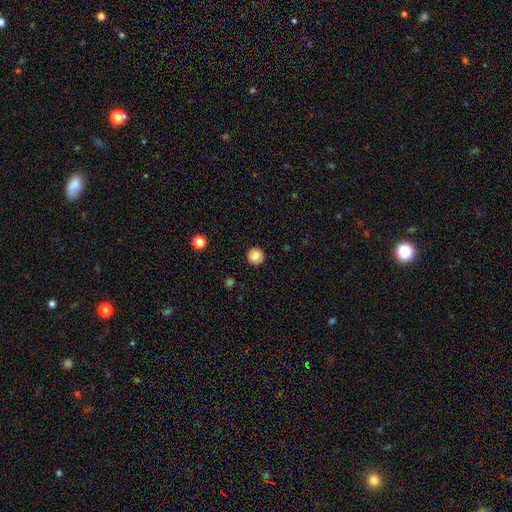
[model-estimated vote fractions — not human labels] A smooth galaxy with no disk features (83%) that is round (95%).

Vote fractions:
- Smooth or featured? smooth: 83% / star or artifact: 9% / featured or disk: 8%
- How rounded? round: 95% / in between: 4% / cigar-shaped: 1%
- Merging? none: 91% / minor disturbance: 6% / major disturbance: 2% / merger: 1%